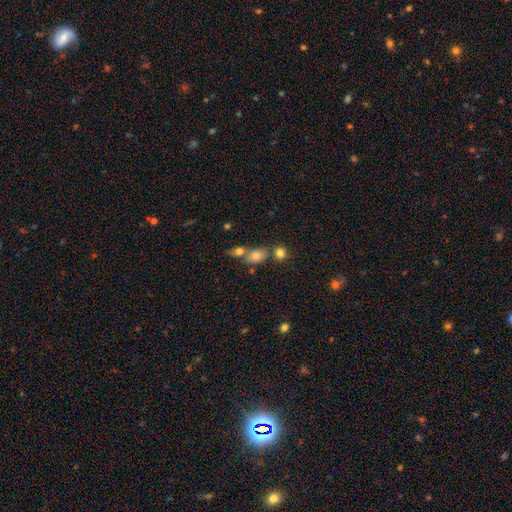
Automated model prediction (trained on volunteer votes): Smooth or featured: smooth — 76% (featured or disk — 13%)
How rounded: in between — 73% (round — 23%)
Merging: none — 47% (merger — 37%)